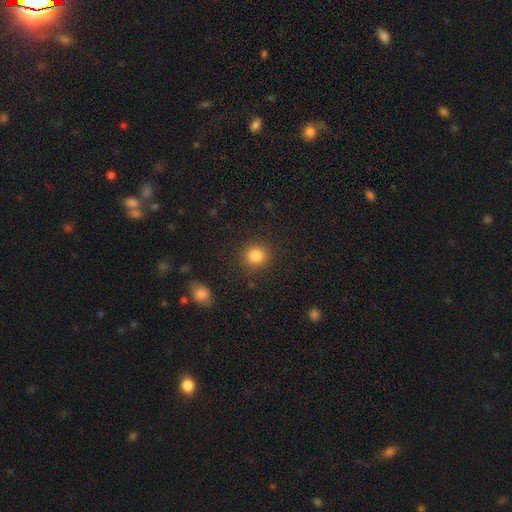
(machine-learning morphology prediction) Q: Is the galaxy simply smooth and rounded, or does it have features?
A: smooth — 84%.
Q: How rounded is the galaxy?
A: round — 89%.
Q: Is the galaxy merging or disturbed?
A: none — 89%.